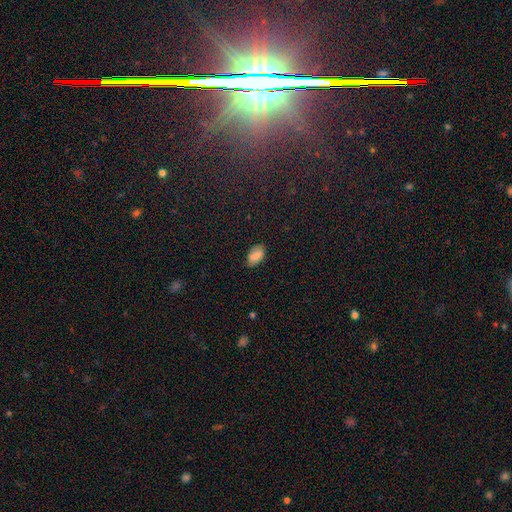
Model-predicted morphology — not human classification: Smooth or featured?
  - smooth: 84% *
  - star or artifact: 9%
  - featured or disk: 7%
How rounded?
  - in between: 94% *
  - round: 4%
  - cigar-shaped: 2%
Merging?
  - none: 81% *
  - minor disturbance: 15%
  - major disturbance: 3%
  - merger: 1%